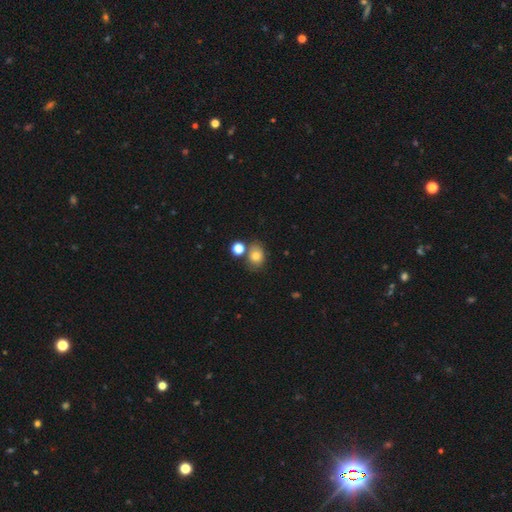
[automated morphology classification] A smooth galaxy with no disk features (78%) that is round (53%). Merging: none (66%).